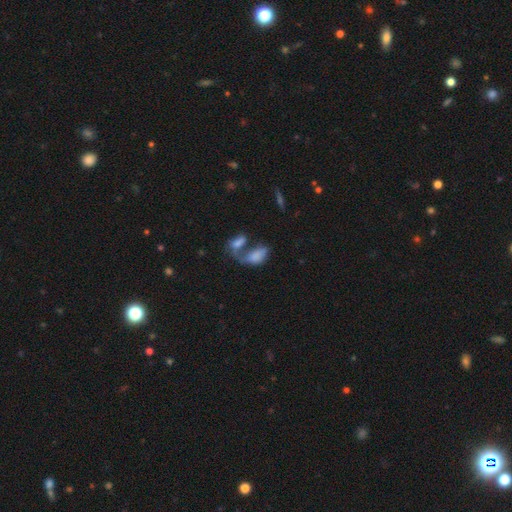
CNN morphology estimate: Overall: smooth (68%). How rounded: in between (89%). Merging: merger (62%).